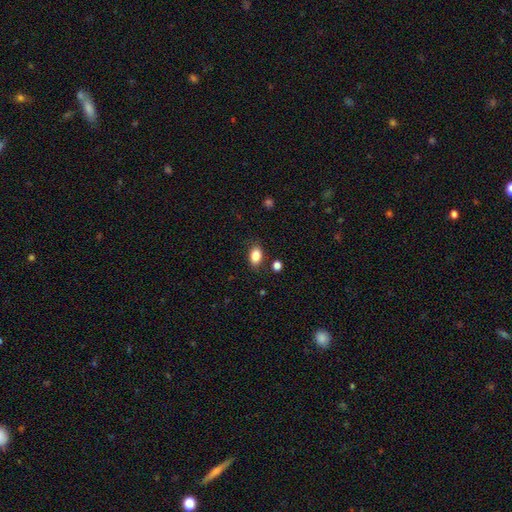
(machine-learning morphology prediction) Smooth or featured?
  - smooth: 86% *
  - star or artifact: 9%
  - featured or disk: 5%
How rounded?
  - in between: 86% *
  - round: 13%
  - cigar-shaped: 2%
Merging?
  - none: 82% *
  - minor disturbance: 12%
  - merger: 3%
  - major disturbance: 3%